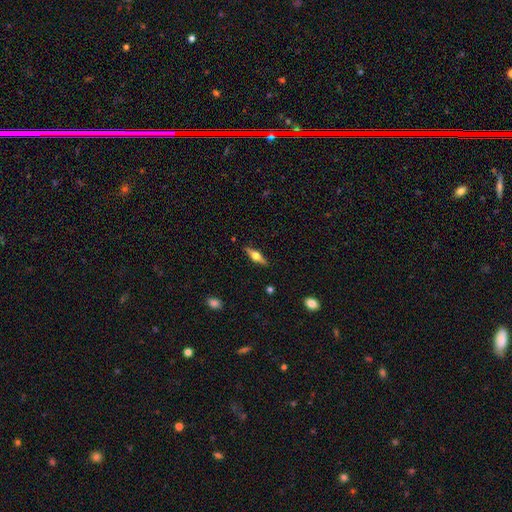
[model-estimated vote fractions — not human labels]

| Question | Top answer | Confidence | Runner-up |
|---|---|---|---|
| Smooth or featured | featured or disk | 69% | smooth (25%) |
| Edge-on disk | yes | 97% | no (3%) |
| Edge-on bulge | rounded | 94% | boxy (4%) |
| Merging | none | 89% | minor disturbance (8%) |